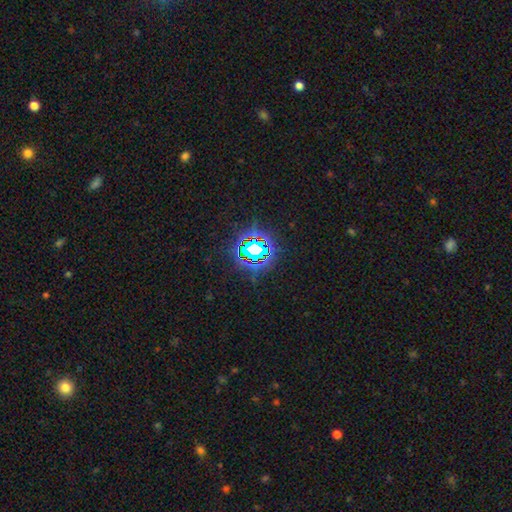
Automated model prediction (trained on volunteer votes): Q: Smooth or featured?
A: star or artifact (80%); runner-up: smooth (13%)